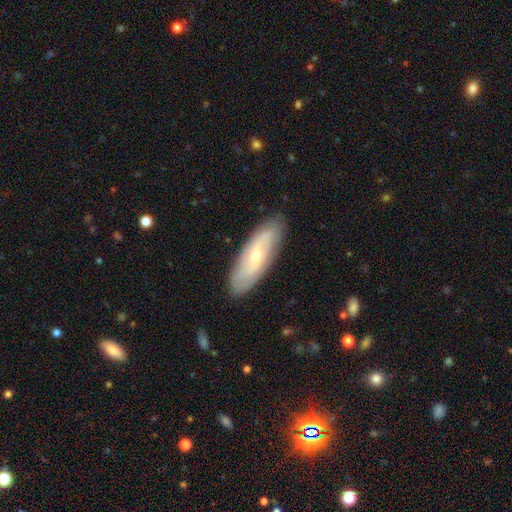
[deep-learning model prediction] Overall: featured or disk (61%; smooth 33%). Edge-on disk: no (80%). Merging: none (85%).